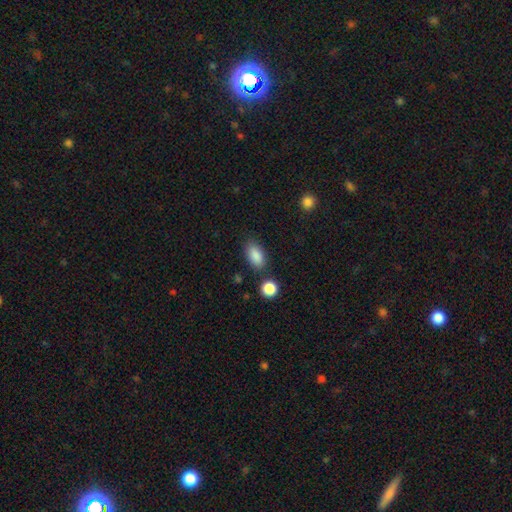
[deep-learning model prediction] Q: Smooth or featured?
A: smooth (88%); runner-up: star or artifact (8%)
Q: How rounded?
A: in between (91%); runner-up: round (5%)
Q: Merging?
A: none (80%); runner-up: minor disturbance (12%)